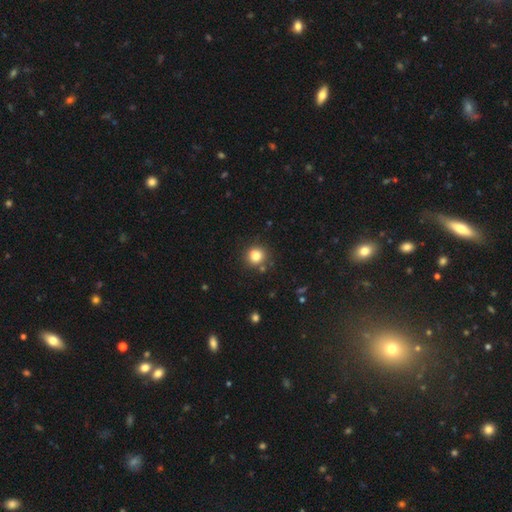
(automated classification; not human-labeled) A smooth galaxy with no disk features (81%) that is round (86%).

Vote fractions:
- Smooth or featured? smooth: 81% / star or artifact: 12% / featured or disk: 6%
- How rounded? round: 86% / in between: 13% / cigar-shaped: 1%
- Merging? none: 79% / minor disturbance: 12% / merger: 6% / major disturbance: 3%